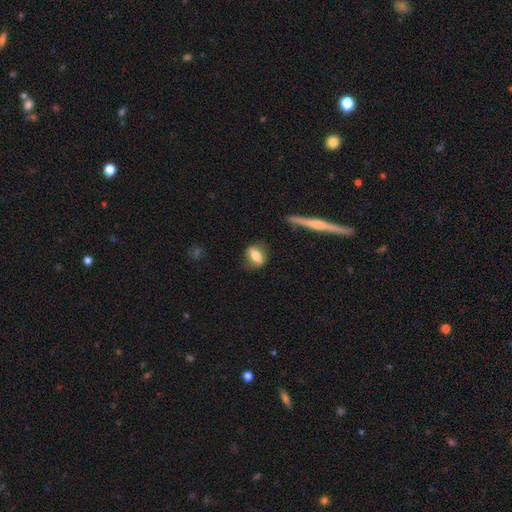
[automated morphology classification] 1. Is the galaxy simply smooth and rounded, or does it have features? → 67% smooth, 25% featured or disk, 8% star or artifact.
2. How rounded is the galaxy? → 69% in between, 20% round, 11% cigar-shaped.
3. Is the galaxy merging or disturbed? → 76% none, 16% minor disturbance, 5% major disturbance, 2% merger.